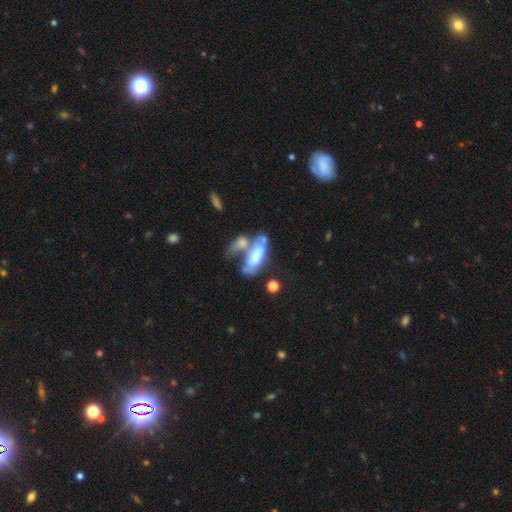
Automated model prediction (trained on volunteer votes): Smooth or featured? featured or disk (50%)
Merging? merger (50%)